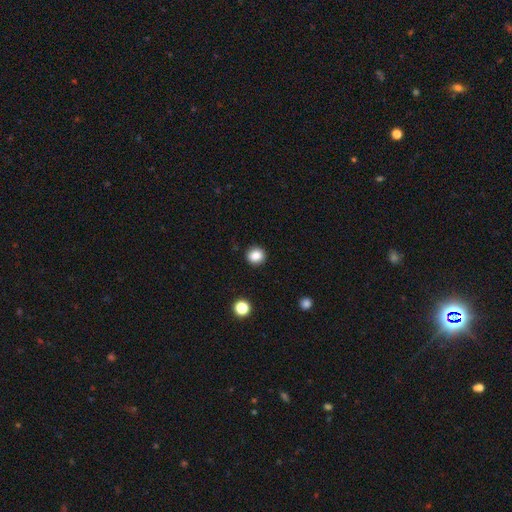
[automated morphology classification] Smooth or featured? smooth (86%)
How rounded? round (83%)
Merging? none (90%)